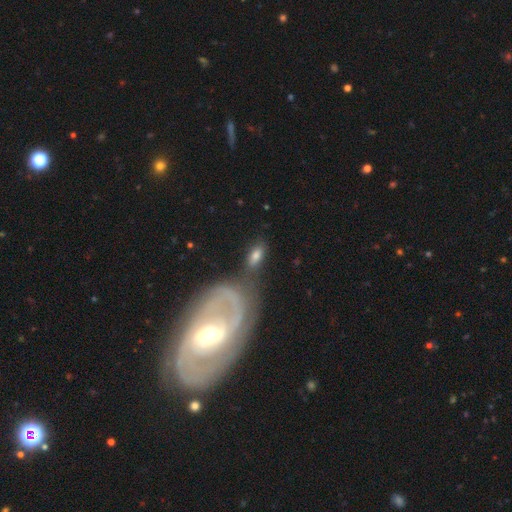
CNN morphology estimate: Smooth or featured: smooth — 71% (featured or disk — 20%)
How rounded: in between — 84% (cigar-shaped — 10%)
Merging: none — 58% (minor disturbance — 17%)